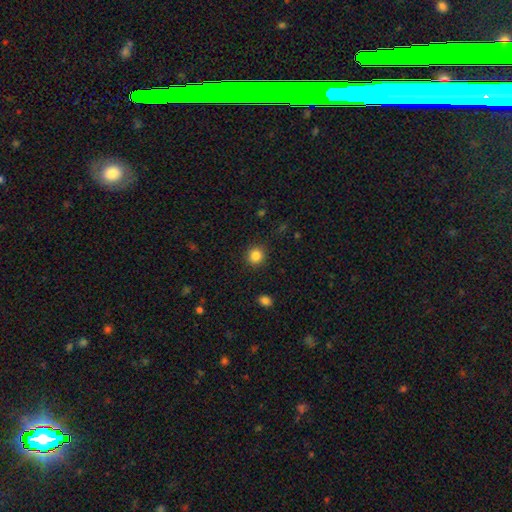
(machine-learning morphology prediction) type=smooth (85%); roundness=round (90%); merging=none (91%).